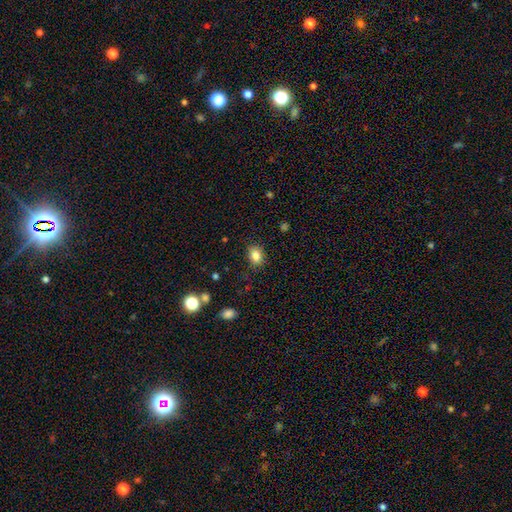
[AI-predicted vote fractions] A smooth galaxy with no disk features (83%) that is in between round and cigar-shaped (62%). Merging: none (85%).